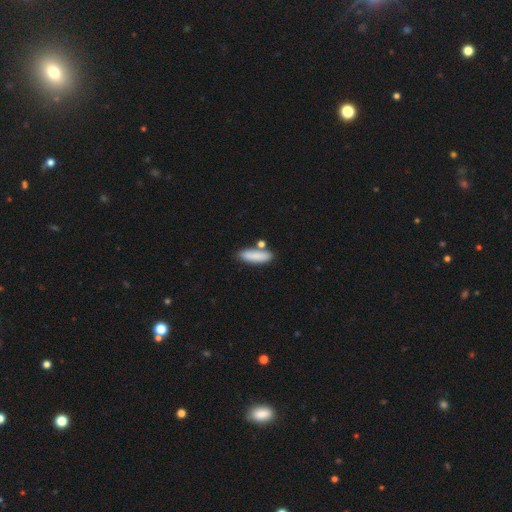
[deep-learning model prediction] smooth_or_featured: smooth (p=0.84) [alt: featured or disk p=0.10]
how_rounded: cigar-shaped (p=0.53) [alt: in between p=0.45]
merging: none (p=0.69) [alt: merger p=0.14]